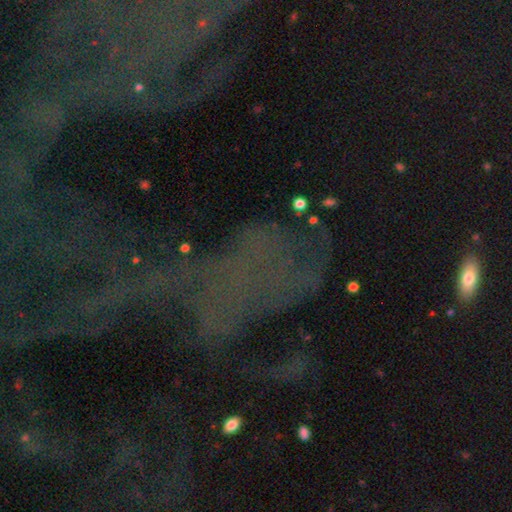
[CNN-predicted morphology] This is likely a star or artifact rather than a galaxy (68%).